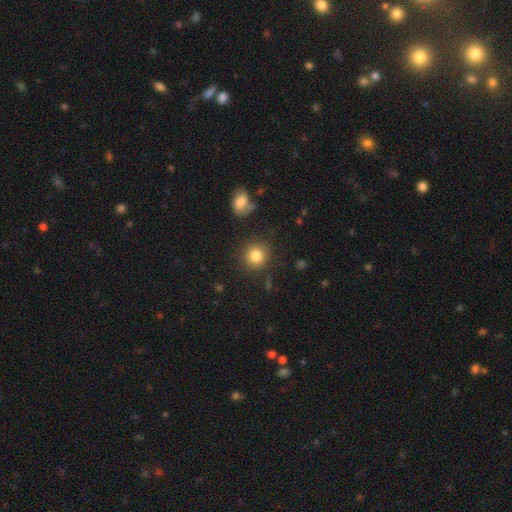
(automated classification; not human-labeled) smooth_or_featured: smooth (p=0.83) [alt: star or artifact p=0.10]
how_rounded: round (p=0.89) [alt: in between p=0.10]
merging: none (p=0.87) [alt: minor disturbance p=0.08]